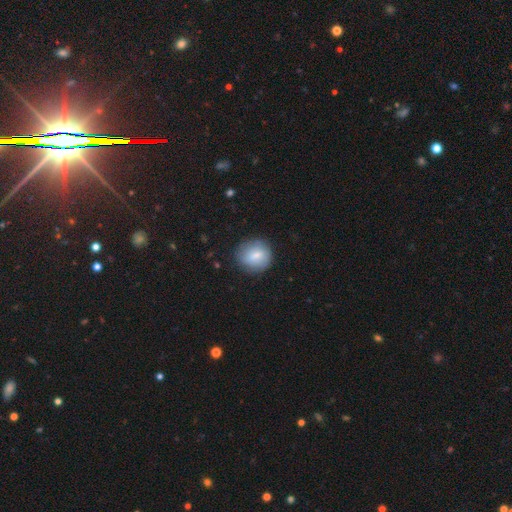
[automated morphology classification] Smooth or featured? smooth (75%)
How rounded? round (82%)
Merging? none (80%)